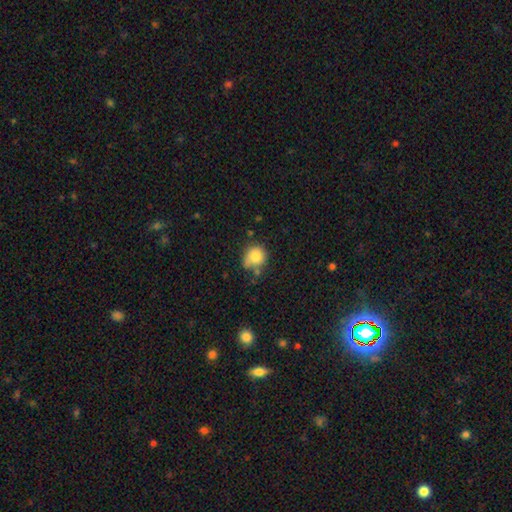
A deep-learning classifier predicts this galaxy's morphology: Smooth or featured: smooth — 82% (star or artifact — 9%)
How rounded: round — 83% (in between — 16%)
Merging: none — 55% (minor disturbance — 25%)